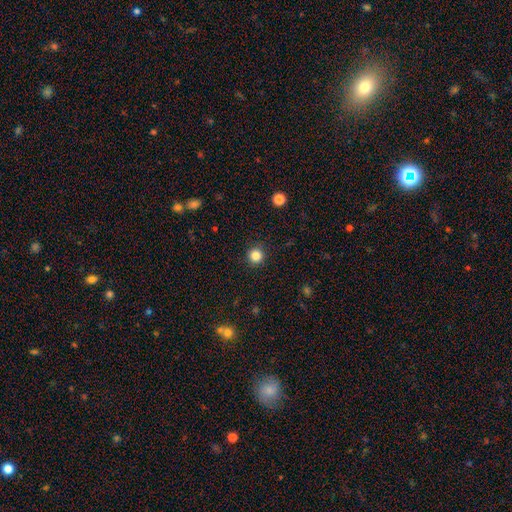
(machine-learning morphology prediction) A smooth galaxy with no disk features (84%) that is round (95%).

Vote fractions:
- Smooth or featured? smooth: 84% / star or artifact: 12% / featured or disk: 4%
- How rounded? round: 95% / in between: 4% / cigar-shaped: 1%
- Merging? none: 92% / minor disturbance: 5% / major disturbance: 2% / merger: 1%